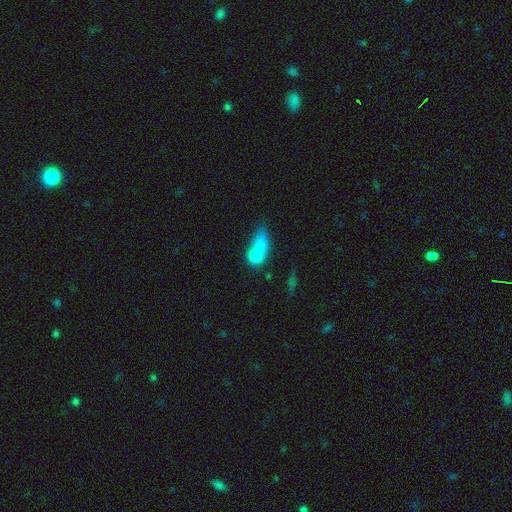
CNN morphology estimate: Smooth or featured? Predicted: smooth (p=0.71). How rounded? Predicted: round (p=0.47, tied with in between). Merging? Predicted: merger (p=0.57).